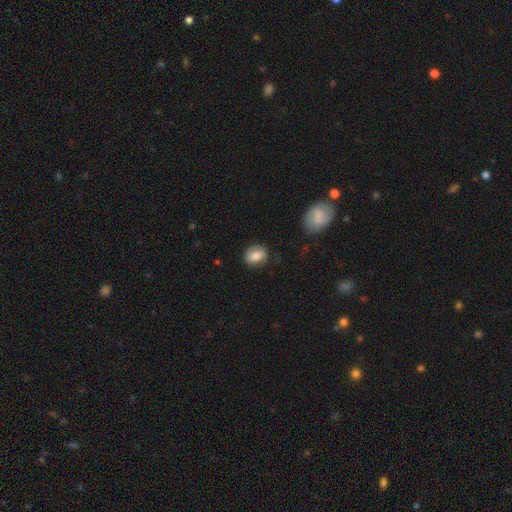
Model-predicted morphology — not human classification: Smooth or featured? smooth (70%)
How rounded? in between (54%)
Merging? none (78%)